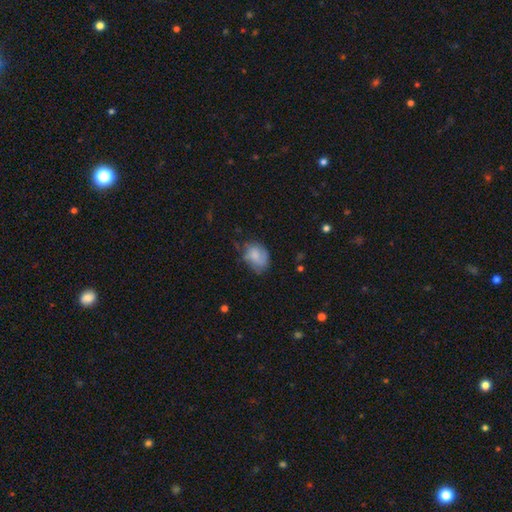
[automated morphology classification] This appears to be a smooth galaxy with no disk features (64%) that is in between round and cigar-shaped (66%). Merging: none (52%).